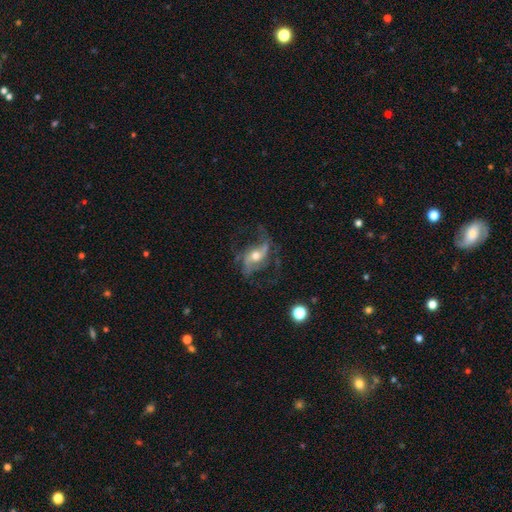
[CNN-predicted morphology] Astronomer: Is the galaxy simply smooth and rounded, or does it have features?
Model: featured or disk — 81%.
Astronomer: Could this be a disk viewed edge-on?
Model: no — 94%.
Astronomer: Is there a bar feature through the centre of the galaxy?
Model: no — 40% (runner-up: weak, 35%).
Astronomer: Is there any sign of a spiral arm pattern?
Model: yes — 91%.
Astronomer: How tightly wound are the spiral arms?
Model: loose — 61%.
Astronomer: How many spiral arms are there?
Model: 2 — 77%.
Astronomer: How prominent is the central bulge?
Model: moderate — 66%.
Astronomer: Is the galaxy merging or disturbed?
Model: none — 55%.